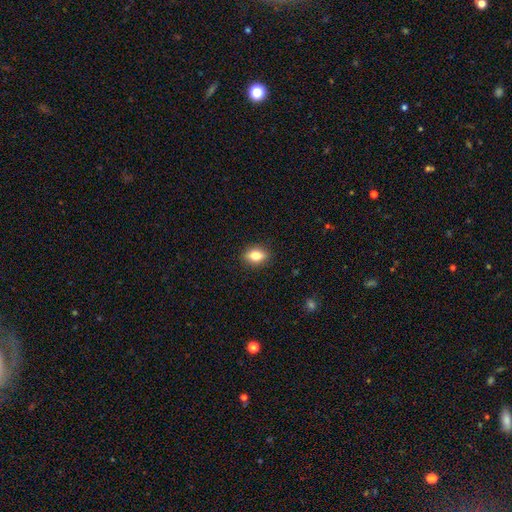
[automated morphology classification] Smooth or featured? Predicted: smooth (p=0.79). How rounded? Predicted: in between (p=0.79). Merging? Predicted: none (p=0.89).